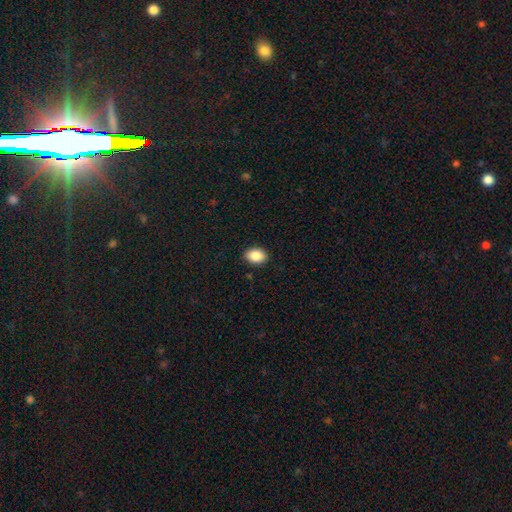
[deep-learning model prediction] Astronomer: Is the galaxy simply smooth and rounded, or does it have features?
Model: smooth — 89%.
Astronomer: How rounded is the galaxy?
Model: in between — 80%.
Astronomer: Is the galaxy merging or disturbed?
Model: none — 89%.